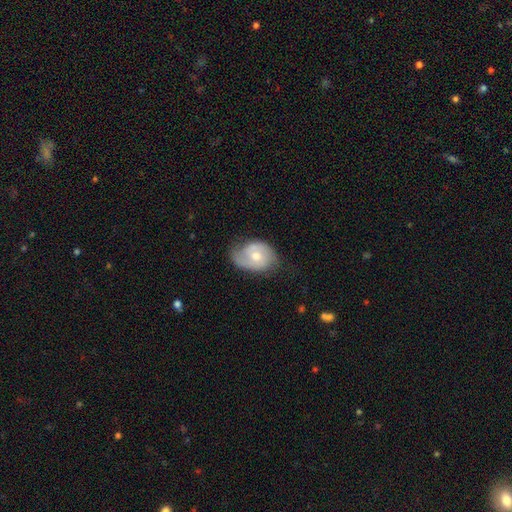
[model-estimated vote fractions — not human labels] Smooth or featured?
  - featured or disk: 58% *
  - smooth: 36%
  - star or artifact: 6%
Edge-on disk?
  - no: 96% *
  - yes: 4%
Bar?
  - no: 63% *
  - weak: 32%
  - strong: 5%
Spiral arms?
  - yes: 82% *
  - no: 18%
Bulge size?
  - moderate: 63% *
  - small: 29%
  - large: 5%
  - none: 2%
  - dominant: 1%
Merging?
  - none: 57% *
  - minor disturbance: 31%
  - major disturbance: 11%
  - merger: 2%